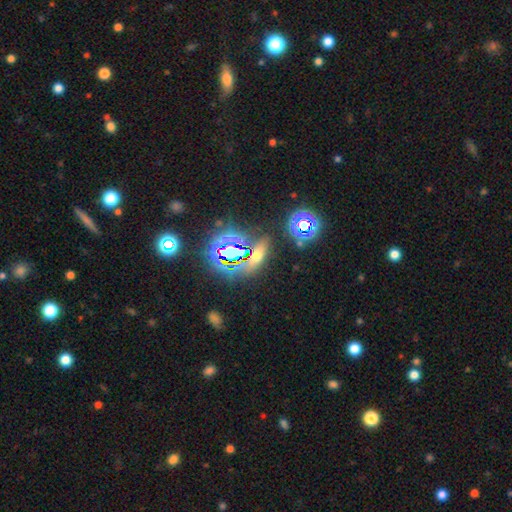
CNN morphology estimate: Smooth or featured?
  - star or artifact: 54% *
  - smooth: 34%
  - featured or disk: 12%